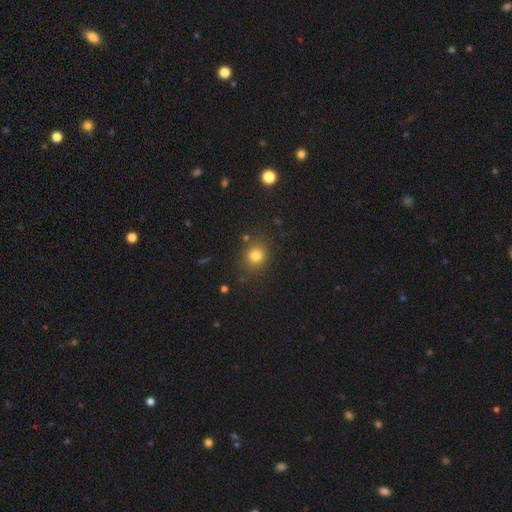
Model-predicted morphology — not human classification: Smooth or featured?
  - smooth: 80% *
  - star or artifact: 13%
  - featured or disk: 6%
How rounded?
  - round: 82% *
  - in between: 17%
  - cigar-shaped: 1%
Merging?
  - none: 83% *
  - minor disturbance: 11%
  - major disturbance: 3%
  - merger: 3%